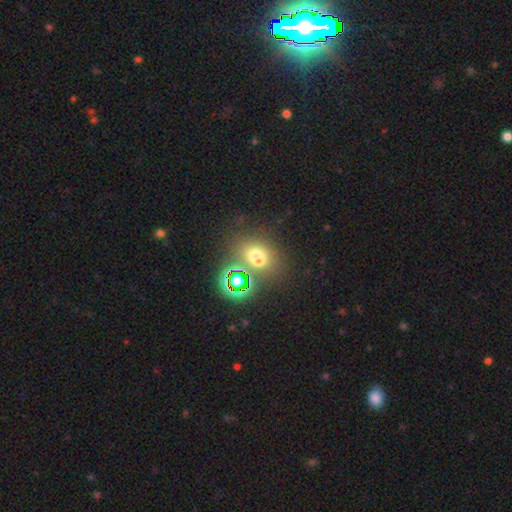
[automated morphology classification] smooth_or_featured: smooth (p=0.56) [alt: star or artifact p=0.30]
how_rounded: round (p=0.53) [alt: in between p=0.45]
merging: none (p=0.53) [alt: merger p=0.29]